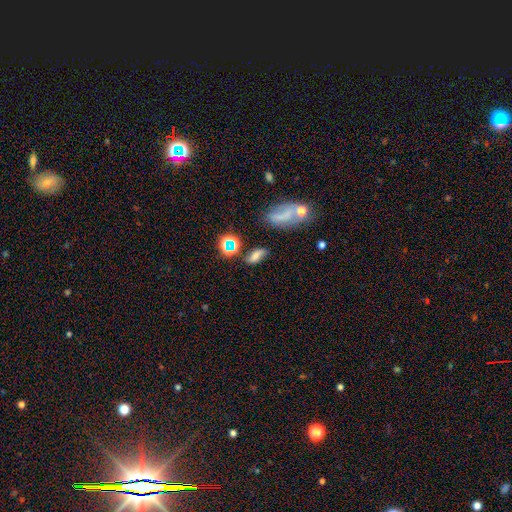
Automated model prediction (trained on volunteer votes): Q: Smooth or featured?
A: smooth (61%); runner-up: star or artifact (20%)
Q: How rounded?
A: in between (77%); runner-up: cigar-shaped (14%)
Q: Merging?
A: none (63%); runner-up: minor disturbance (20%)